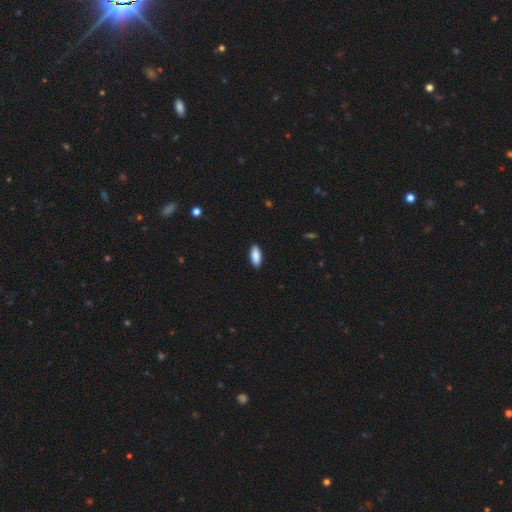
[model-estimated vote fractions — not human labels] Smooth or featured: smooth — 89% (star or artifact — 6%)
How rounded: in between — 81% (cigar-shaped — 17%)
Merging: none — 90% (minor disturbance — 8%)